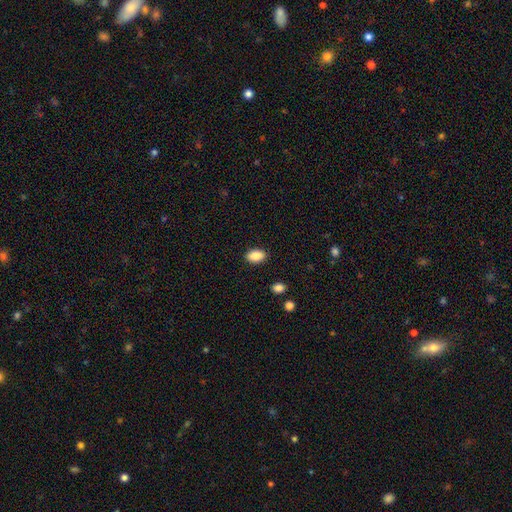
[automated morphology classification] A smooth galaxy with no disk features (86%) that is in between round and cigar-shaped (90%). Merging: none (89%).